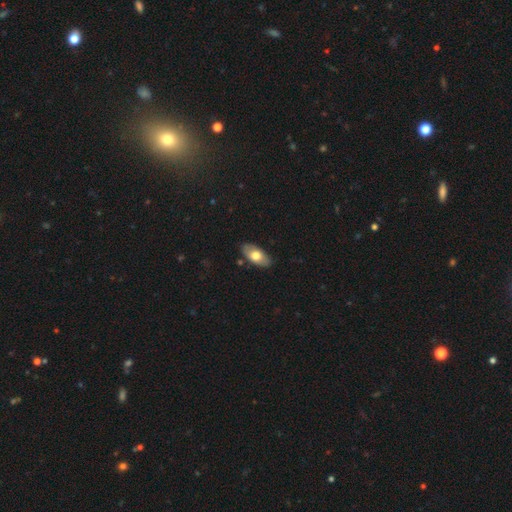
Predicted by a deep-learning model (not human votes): Smooth or featured? smooth (66%)
How rounded? in between (92%)
Merging? none (85%)